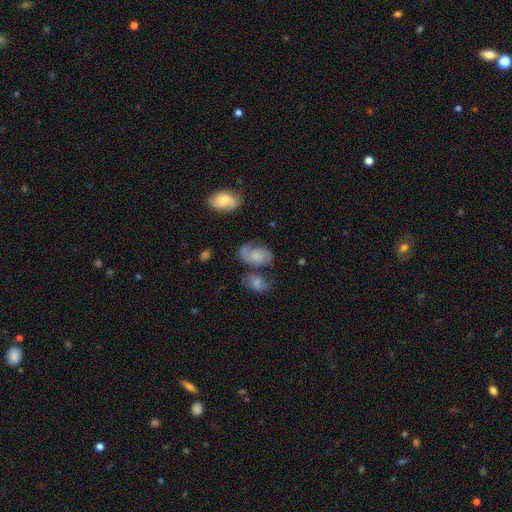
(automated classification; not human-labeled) smooth-or-featured: featured or disk: 53% | smooth: 36% | star or artifact: 11%
  disk-edge-on: no: 96% | yes: 4%
    bar: no: 72% | weak: 24% | strong: 4%
    has-spiral-arms: yes: 81% | no: 19%
    bulge-size: small: 40% | moderate: 33% | none: 18% | large: 7% | dominant: 2%
  merging: none: 43% | merger: 22% | minor disturbance: 21% | major disturbance: 14%